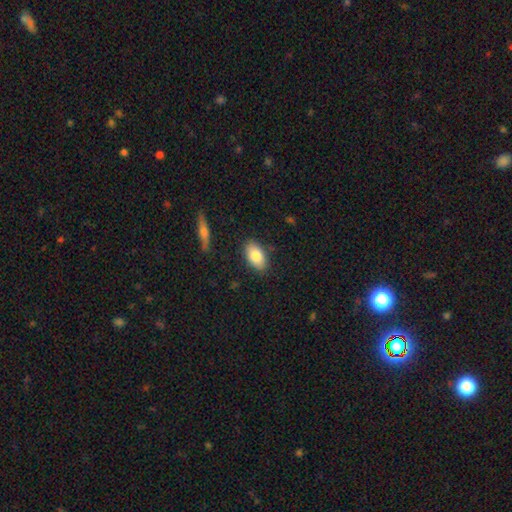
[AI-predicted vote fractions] Smooth or featured? smooth (80%)
How rounded? in between (91%)
Merging? none (85%)